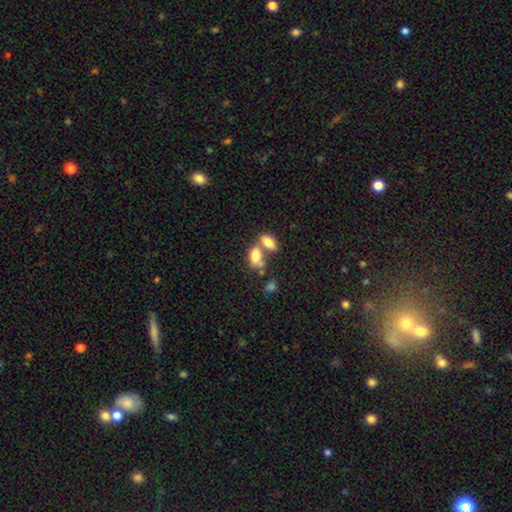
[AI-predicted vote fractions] Smooth or featured? smooth (79%)
How rounded? in between (87%)
Merging? merger (54%)